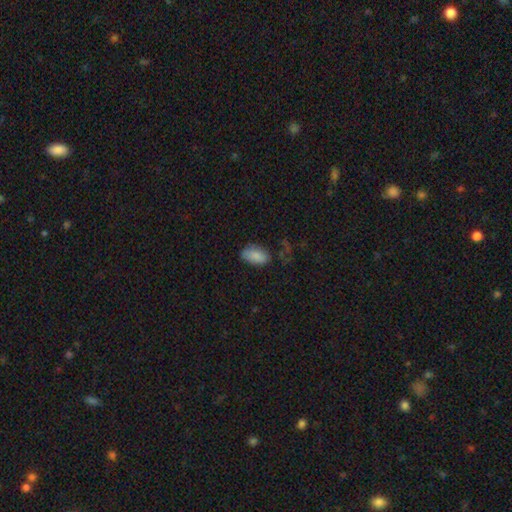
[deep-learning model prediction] A smooth galaxy with no disk features (86%) that is in between round and cigar-shaped (94%).

Vote fractions:
- Smooth or featured? smooth: 86% / star or artifact: 7% / featured or disk: 7%
- How rounded? in between: 94% / round: 4% / cigar-shaped: 2%
- Merging? none: 70% / minor disturbance: 22% / major disturbance: 5% / merger: 2%